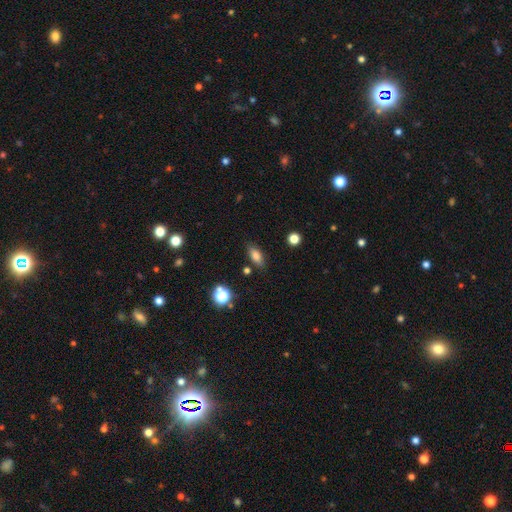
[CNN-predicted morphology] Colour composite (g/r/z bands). It shows a smooth galaxy with no disk features (79%) that is in between round and cigar-shaped (80%). Merging: none (83%).